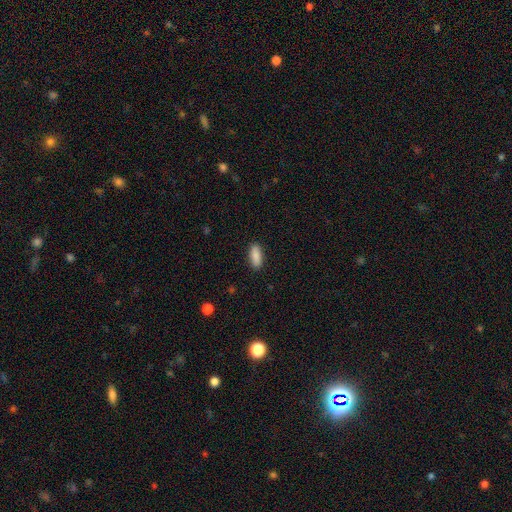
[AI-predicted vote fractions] Morphology: type=smooth (88%); roundness=in between (75%); merging=none (89%).